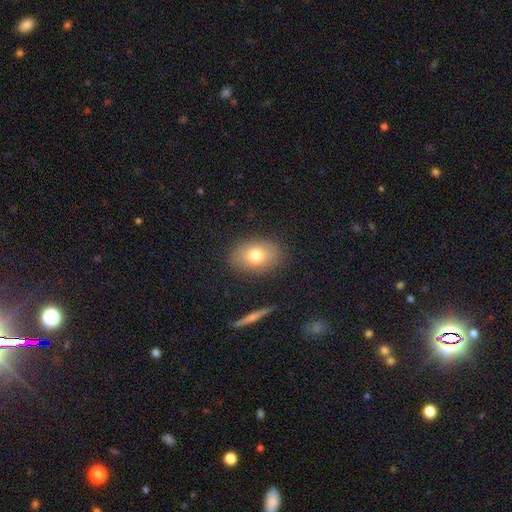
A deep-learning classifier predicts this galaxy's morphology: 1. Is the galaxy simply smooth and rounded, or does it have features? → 74% smooth, 16% featured or disk, 10% star or artifact.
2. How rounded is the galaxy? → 78% in between, 21% round, 1% cigar-shaped.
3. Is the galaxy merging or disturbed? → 85% none, 10% minor disturbance, 3% major disturbance, 2% merger.